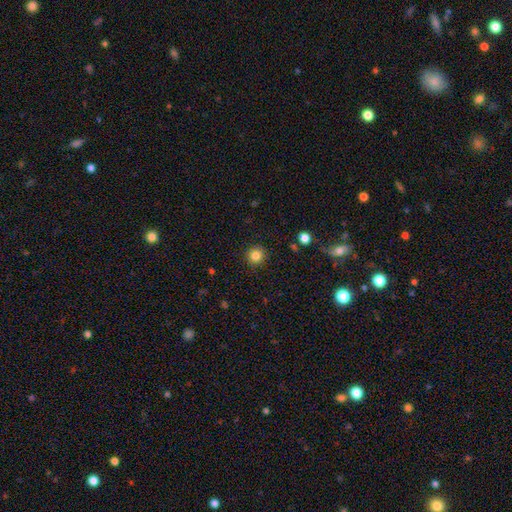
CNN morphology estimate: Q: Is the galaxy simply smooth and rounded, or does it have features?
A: smooth — 84%.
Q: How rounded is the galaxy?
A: round — 94%.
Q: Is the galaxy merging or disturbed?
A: none — 91%.